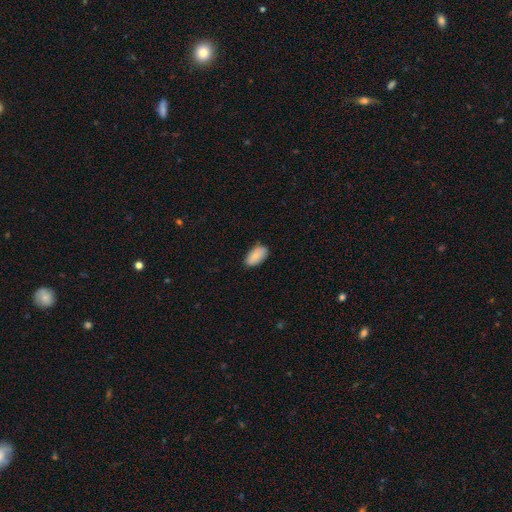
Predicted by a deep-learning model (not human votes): Smooth or featured?
  - smooth: 87% *
  - featured or disk: 7%
  - star or artifact: 6%
How rounded?
  - in between: 94% *
  - round: 3%
  - cigar-shaped: 3%
Merging?
  - none: 84% *
  - minor disturbance: 13%
  - major disturbance: 2%
  - merger: 1%